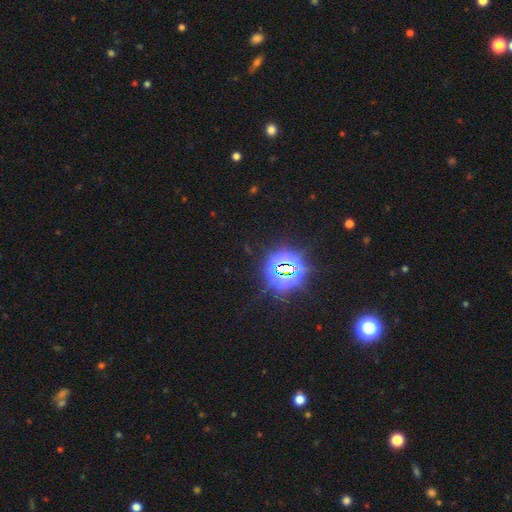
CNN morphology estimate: Overall: star or artifact (83%).